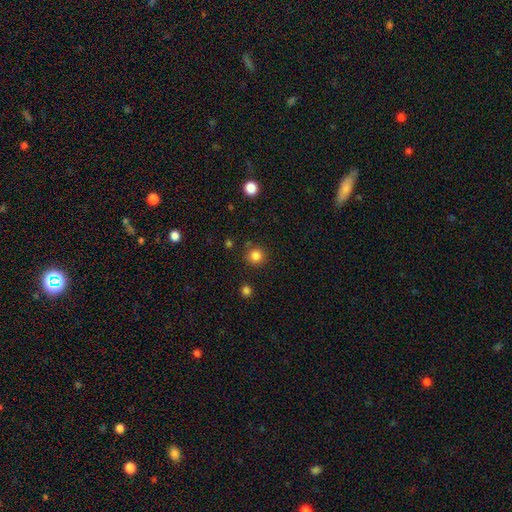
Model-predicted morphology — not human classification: type=smooth (84%); roundness=round (93%); merging=none (87%).